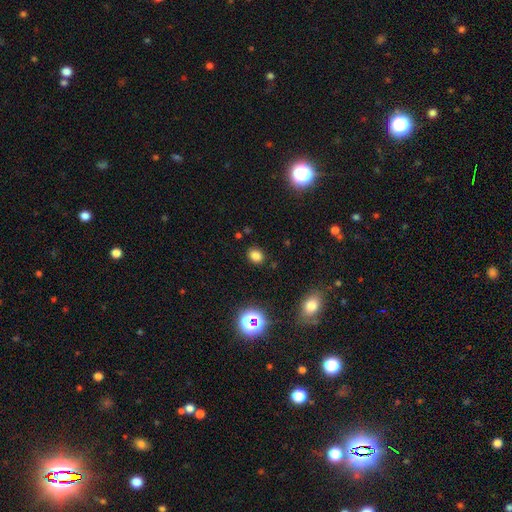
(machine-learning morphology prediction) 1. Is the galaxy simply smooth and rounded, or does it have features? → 78% smooth, 17% star or artifact, 5% featured or disk.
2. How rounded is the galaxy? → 55% round, 44% in between, 1% cigar-shaped.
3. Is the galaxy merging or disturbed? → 87% none, 8% minor disturbance, 3% major disturbance, 2% merger.